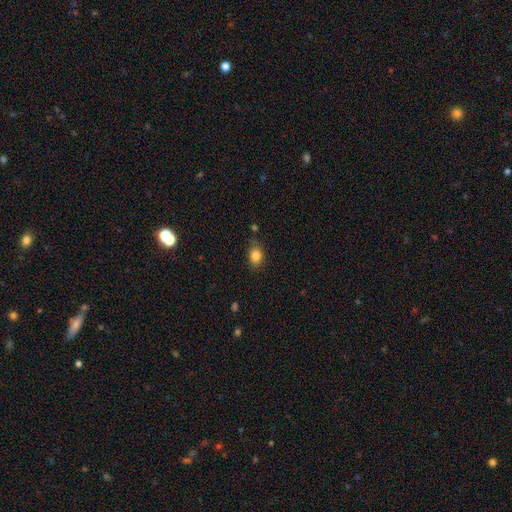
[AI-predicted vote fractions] smooth 84%, star or artifact 10%, featured or disk 6%. Down the decision tree: how rounded — in between (62%); merging — none (78%).